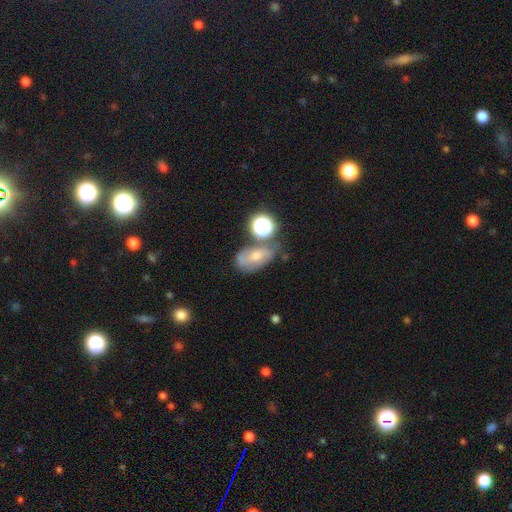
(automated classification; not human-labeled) Q: Smooth or featured?
A: featured or disk (42%); runner-up: smooth (31%)
Q: Merging?
A: none (53%); runner-up: minor disturbance (22%)